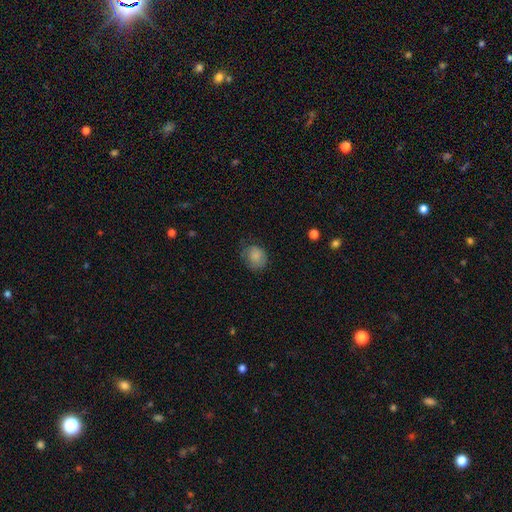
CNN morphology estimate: Smooth or featured? smooth (82%)
How rounded? round (66%)
Merging? none (61%)